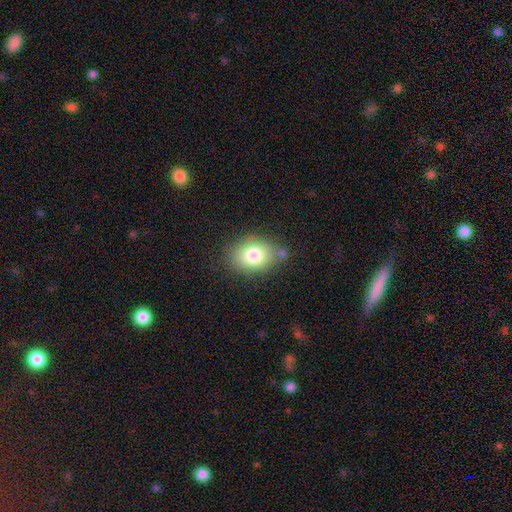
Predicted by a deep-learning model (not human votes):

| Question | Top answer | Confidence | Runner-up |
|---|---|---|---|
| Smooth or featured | smooth | 78% | star or artifact (12%) |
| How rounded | in between | 57% | round (41%) |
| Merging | none | 82% | minor disturbance (11%) |